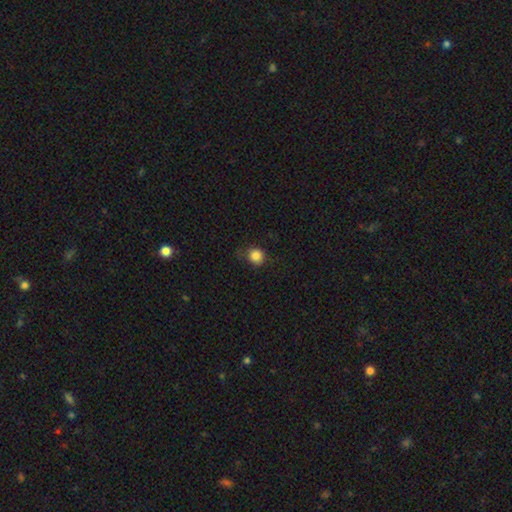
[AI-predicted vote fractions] Q: Smooth or featured?
A: smooth (85%); runner-up: star or artifact (10%)
Q: How rounded?
A: round (87%); runner-up: in between (12%)
Q: Merging?
A: none (76%); runner-up: minor disturbance (18%)